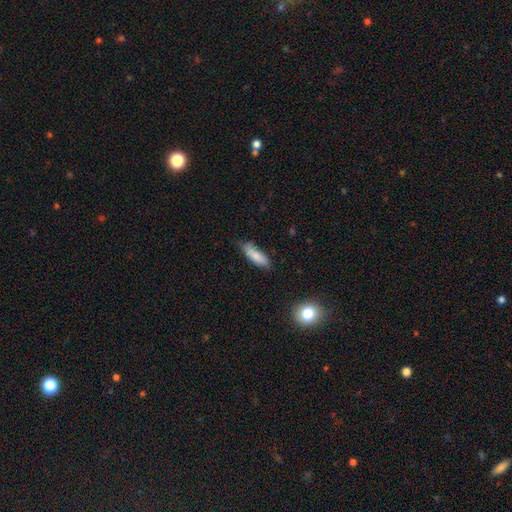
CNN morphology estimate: smooth-or-featured: smooth: 82% | featured or disk: 12% | star or artifact: 7%
  how-rounded: in between: 57% | cigar-shaped: 41% | round: 2%
  merging: none: 64% | minor disturbance: 28% | major disturbance: 5% | merger: 2%